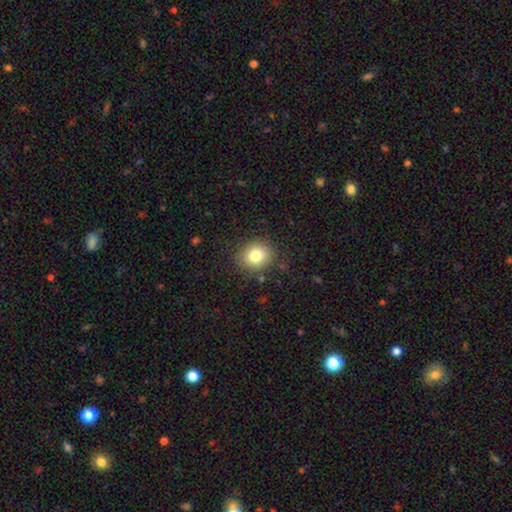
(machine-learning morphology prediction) Smooth or featured: smooth — 79% (star or artifact — 11%)
How rounded: round — 71% (in between — 28%)
Merging: none — 86% (minor disturbance — 10%)